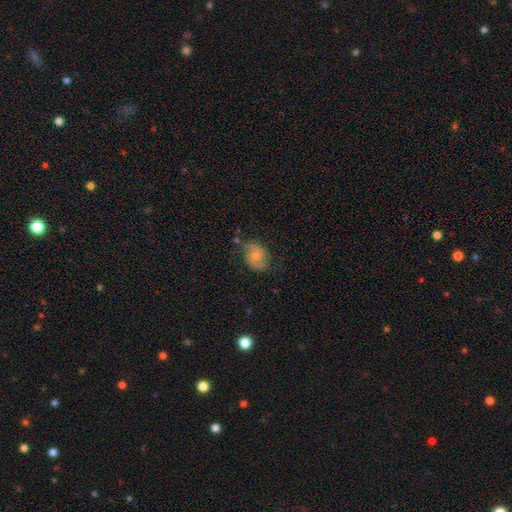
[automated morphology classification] A featured or disk galaxy (56%) with no bar (66%), spiral arms (88%) and a small central bulge (51%). Merging: none (65%).